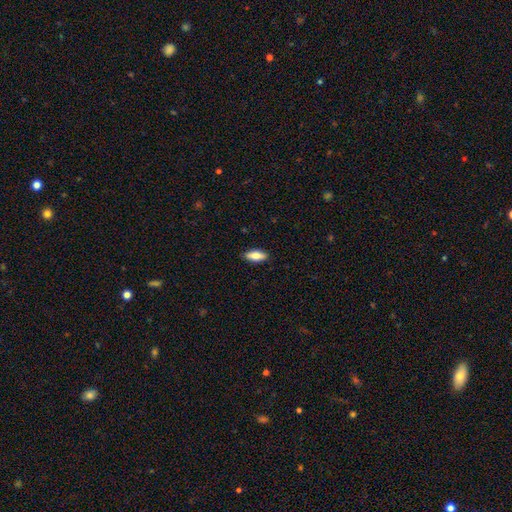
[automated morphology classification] A smooth galaxy with no disk features (77%) that is in between round and cigar-shaped (74%).

Vote fractions:
- Smooth or featured? smooth: 77% / featured or disk: 16% / star or artifact: 6%
- How rounded? in between: 74% / cigar-shaped: 23% / round: 2%
- Merging? none: 88% / minor disturbance: 9% / major disturbance: 2% / merger: 1%